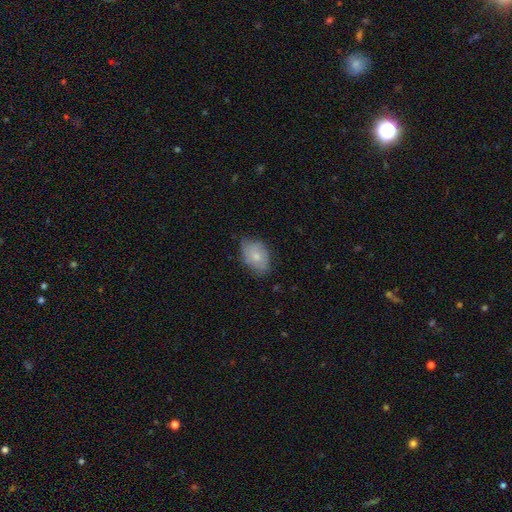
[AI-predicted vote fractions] Smooth or featured? Predicted: smooth (p=0.72). How rounded? Predicted: in between (p=0.82). Merging? Predicted: none (p=0.63).